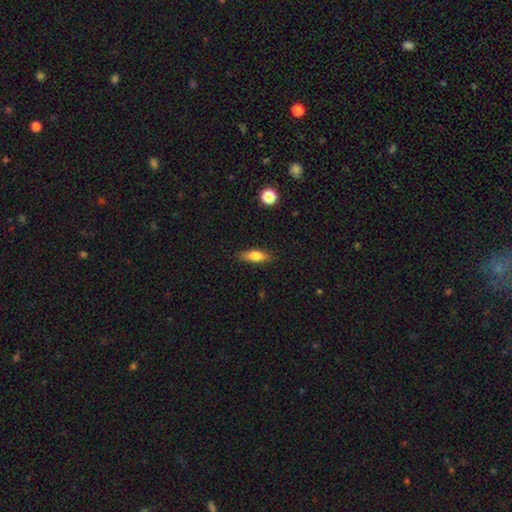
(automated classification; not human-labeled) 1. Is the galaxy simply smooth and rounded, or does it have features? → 68% smooth, 24% featured or disk, 8% star or artifact.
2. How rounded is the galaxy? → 60% in between, 36% cigar-shaped, 4% round.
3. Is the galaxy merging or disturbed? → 86% none, 10% minor disturbance, 2% major disturbance, 1% merger.